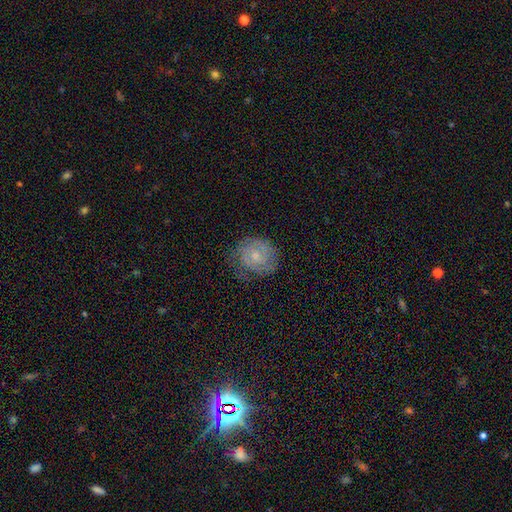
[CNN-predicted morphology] A featured or disk galaxy (64%) with no bar (72%), 2 (42%) tight (67%) spiral arms (89%) and a small central bulge (58%). Merging: none (69%).